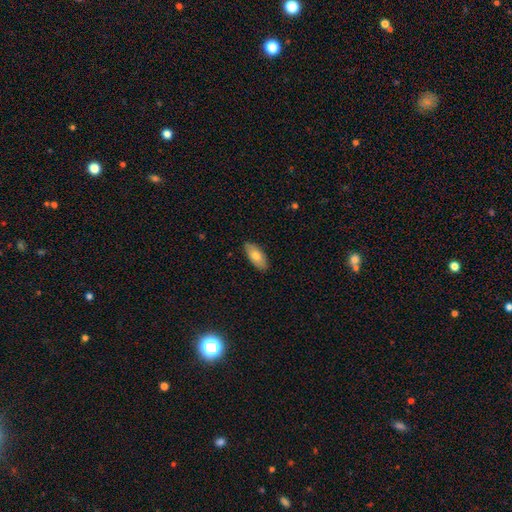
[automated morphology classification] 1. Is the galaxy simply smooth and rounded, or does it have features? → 77% smooth, 17% featured or disk, 6% star or artifact.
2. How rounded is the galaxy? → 88% in between, 10% cigar-shaped, 2% round.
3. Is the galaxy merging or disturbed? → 88% none, 10% minor disturbance, 2% major disturbance, 1% merger.